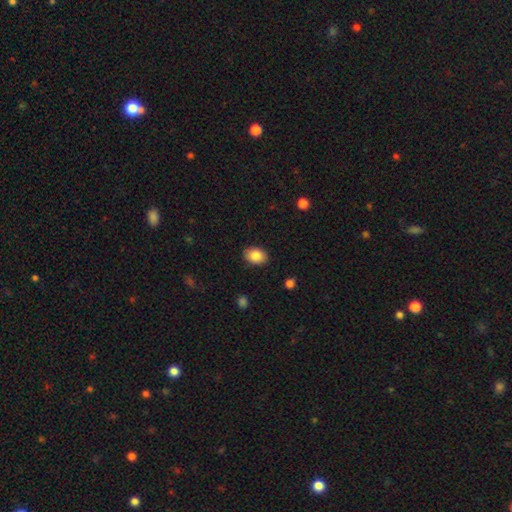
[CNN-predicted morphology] Smooth or featured: smooth — 86% (star or artifact — 8%)
How rounded: in between — 75% (round — 24%)
Merging: none — 87% (minor disturbance — 10%)